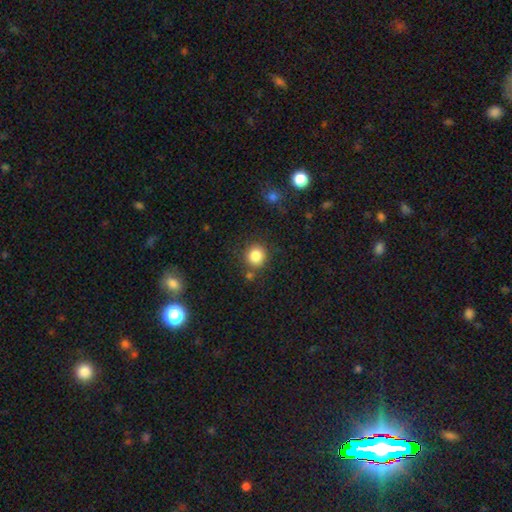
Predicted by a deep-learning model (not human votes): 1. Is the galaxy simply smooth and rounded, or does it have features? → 85% smooth, 10% star or artifact, 5% featured or disk.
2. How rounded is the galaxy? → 89% round, 10% in between, 1% cigar-shaped.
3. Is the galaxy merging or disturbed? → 82% none, 9% minor disturbance, 6% merger, 3% major disturbance.